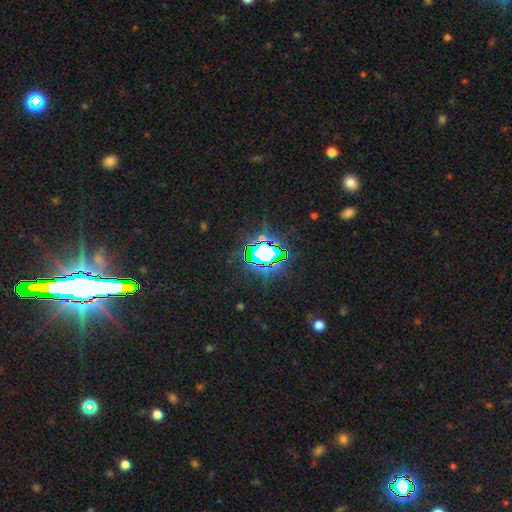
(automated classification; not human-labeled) This appears to be a star or artifact, not a galaxy (82%).